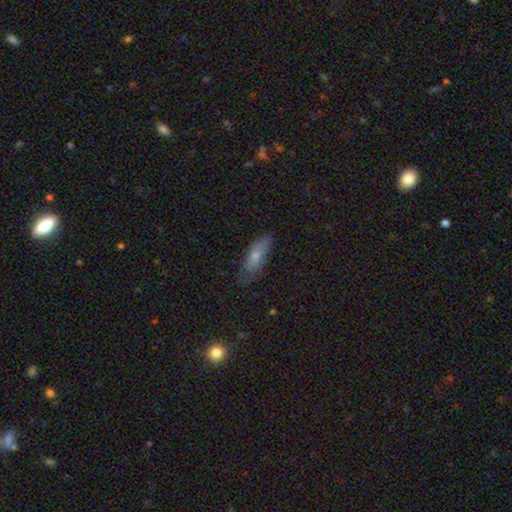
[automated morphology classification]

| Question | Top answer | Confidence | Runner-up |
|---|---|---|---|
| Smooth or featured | smooth | 72% | featured or disk (21%) |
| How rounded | in between | 62% | cigar-shaped (35%) |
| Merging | none | 67% | minor disturbance (26%) |